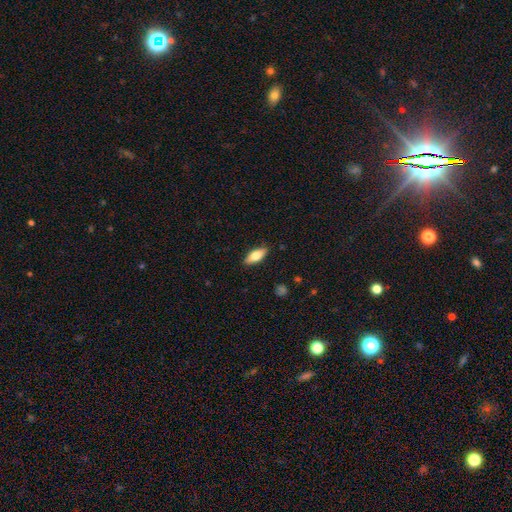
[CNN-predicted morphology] smooth 70%, featured or disk 24%, star or artifact 6%. Down the decision tree: how rounded — in between (73%); merging — none (87%).